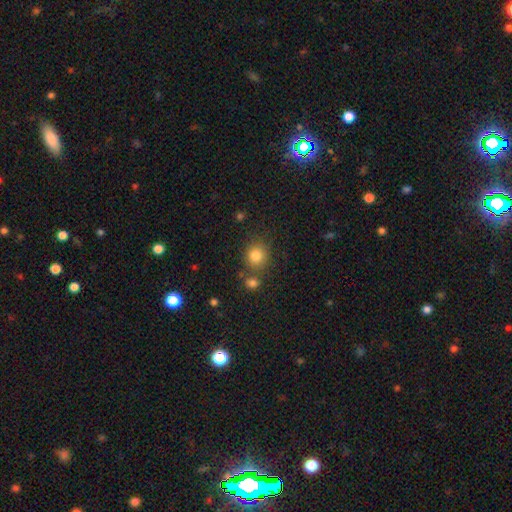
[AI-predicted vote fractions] Smooth or featured: smooth — 82% (star or artifact — 12%)
How rounded: round — 85% (in between — 14%)
Merging: none — 74% (merger — 12%)